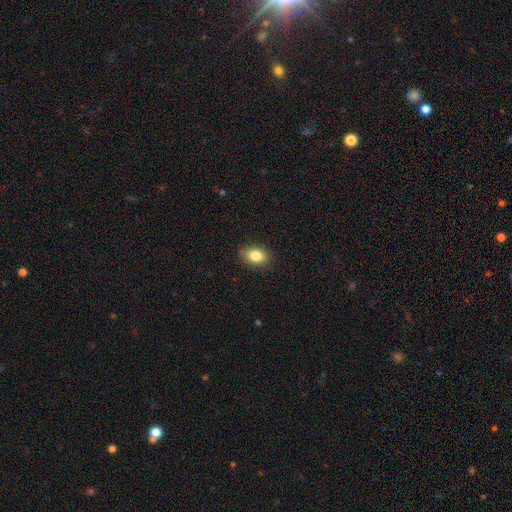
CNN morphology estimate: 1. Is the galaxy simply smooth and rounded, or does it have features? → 84% smooth, 9% star or artifact, 7% featured or disk.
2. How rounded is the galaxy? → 81% in between, 18% round, 1% cigar-shaped.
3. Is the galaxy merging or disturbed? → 86% none, 11% minor disturbance, 2% major disturbance, 1% merger.